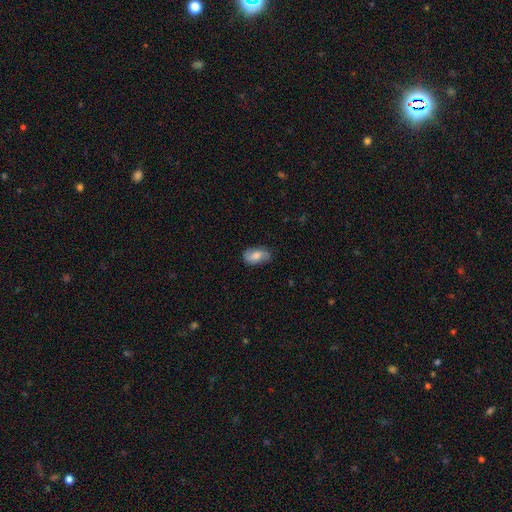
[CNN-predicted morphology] Smooth or featured?
  - smooth: 68% *
  - featured or disk: 25%
  - star or artifact: 7%
How rounded?
  - in between: 91% *
  - round: 6%
  - cigar-shaped: 3%
Merging?
  - none: 75% *
  - minor disturbance: 20%
  - major disturbance: 4%
  - merger: 1%